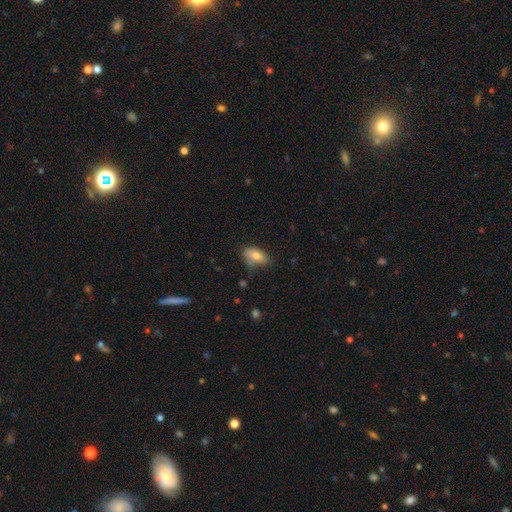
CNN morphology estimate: This appears to be a smooth galaxy with no disk features (78%) that is in between round and cigar-shaped (91%). Merging: none (62%).